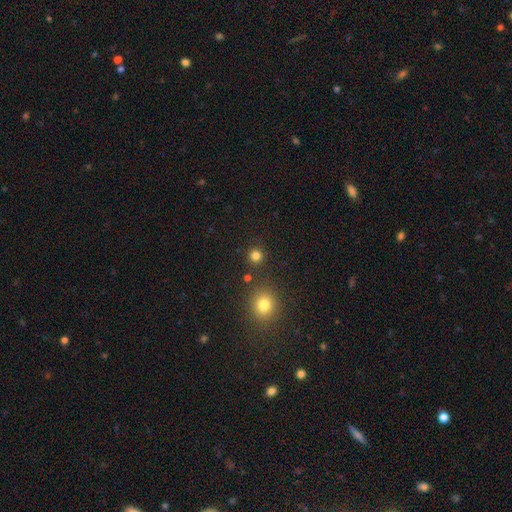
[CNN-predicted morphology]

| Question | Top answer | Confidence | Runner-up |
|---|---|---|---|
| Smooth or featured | smooth | 80% | star or artifact (16%) |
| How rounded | round | 93% | in between (6%) |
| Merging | none | 87% | minor disturbance (6%) |